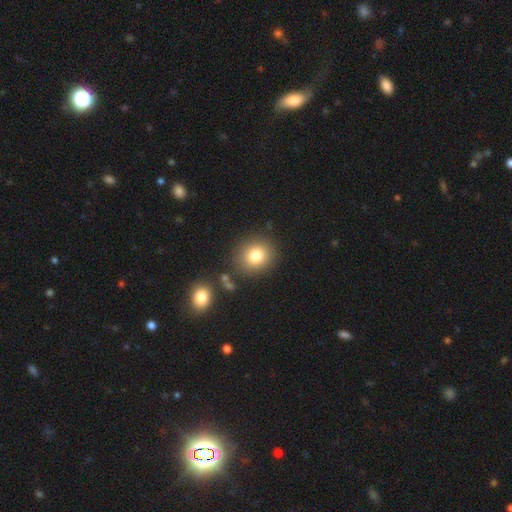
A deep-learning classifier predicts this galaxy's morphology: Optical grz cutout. It shows a smooth galaxy with no disk features (80%) that is round (80%). Merging: none (83%).